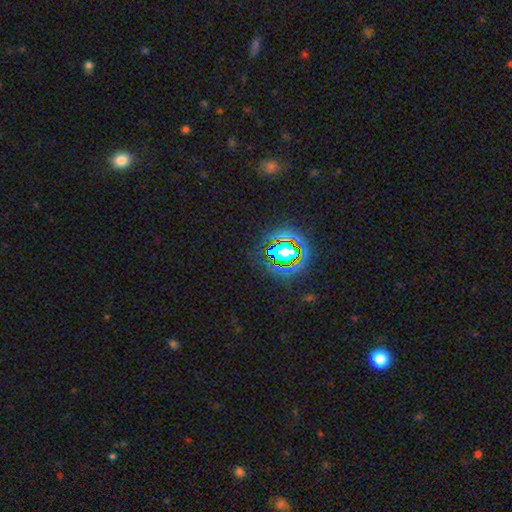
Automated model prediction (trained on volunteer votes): The model was most divided on "smooth or featured": star or artifact: 76%, smooth: 14%, featured or disk: 10%.